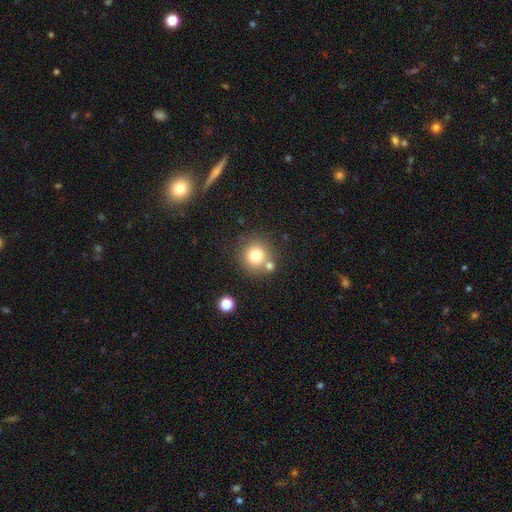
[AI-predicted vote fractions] A smooth galaxy with no disk features (77%) that is round (92%). Merging: none (70%).